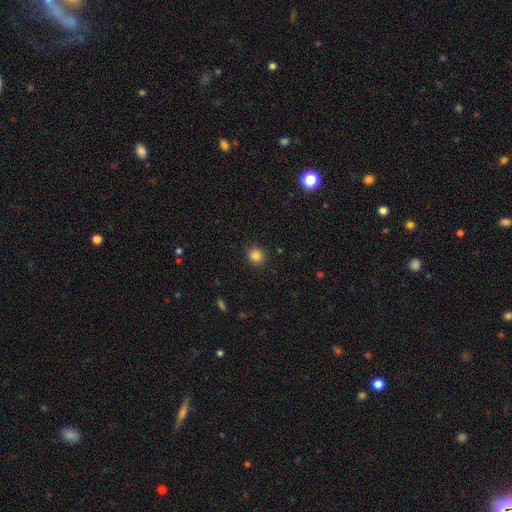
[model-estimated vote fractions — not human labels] Smooth or featured? Predicted: smooth (p=0.84). How rounded? Predicted: round (p=0.85). Merging? Predicted: none (p=0.91).